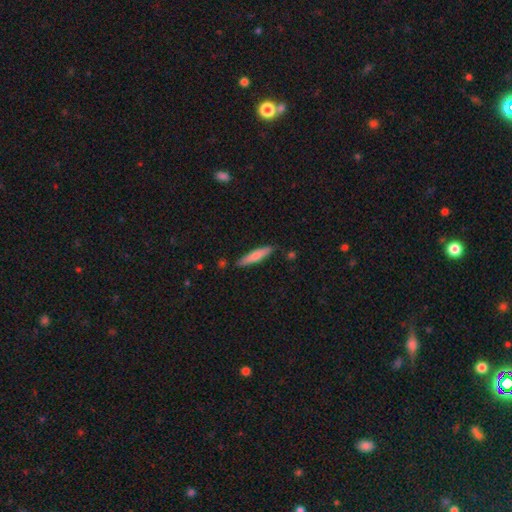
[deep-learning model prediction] The model was most divided on "smooth or featured": smooth: 71%, featured or disk: 23%, star or artifact: 5%. More confident: how rounded — cigar-shaped (85%); merging — none (84%).